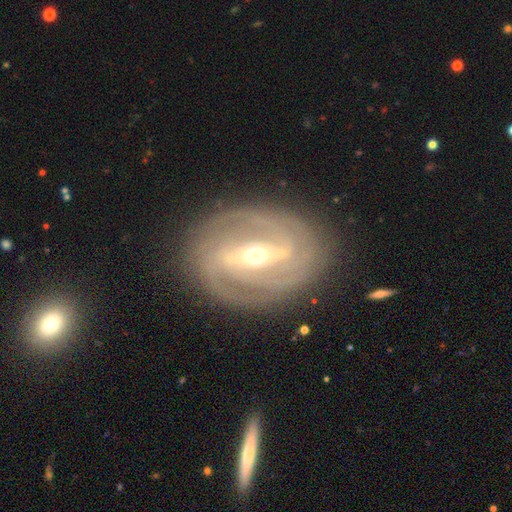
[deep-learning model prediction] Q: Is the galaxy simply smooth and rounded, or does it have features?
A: featured or disk — 87%.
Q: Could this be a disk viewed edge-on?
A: no — 93%.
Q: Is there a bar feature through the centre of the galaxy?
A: strong — 67%.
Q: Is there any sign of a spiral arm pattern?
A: yes — 92%.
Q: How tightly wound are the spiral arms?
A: tight — 62%.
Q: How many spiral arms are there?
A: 2 — 56%.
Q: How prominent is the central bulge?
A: moderate — 53%.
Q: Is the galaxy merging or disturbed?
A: none — 82%.